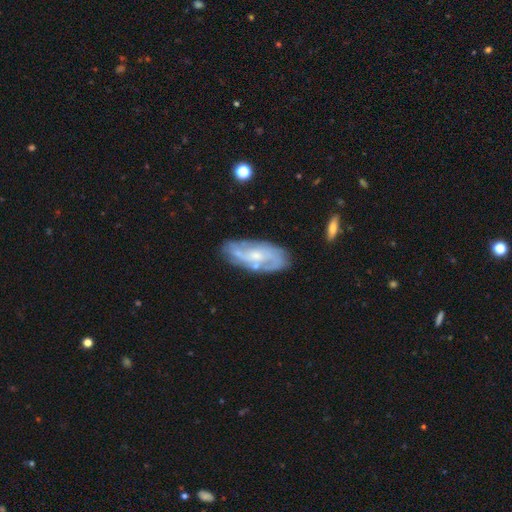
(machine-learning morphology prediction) Q: Smooth or featured?
A: featured or disk (73%); runner-up: smooth (20%)
Q: Edge-on disk?
A: no (91%); runner-up: yes (9%)
Q: Bar?
A: no (56%); runner-up: weak (36%)
Q: Spiral arms?
A: yes (85%); runner-up: no (15%)
Q: Spiral winding?
A: medium (41%); runner-up: tight (39%)
Q: Spiral arm count?
A: 2 (44%); runner-up: can't tell (33%)
Q: Bulge size?
A: small (60%); runner-up: moderate (31%)
Q: Merging?
A: none (72%); runner-up: minor disturbance (19%)